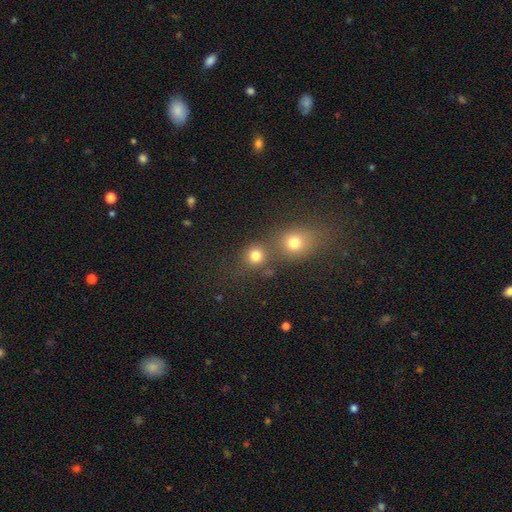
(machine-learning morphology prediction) type=smooth (78%); roundness=round (86%); merging=none (54%).